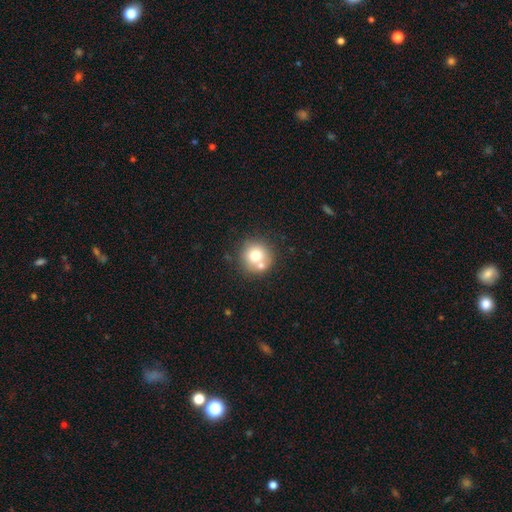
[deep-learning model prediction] Smooth or featured? smooth (70%)
How rounded? round (92%)
Merging? none (60%)